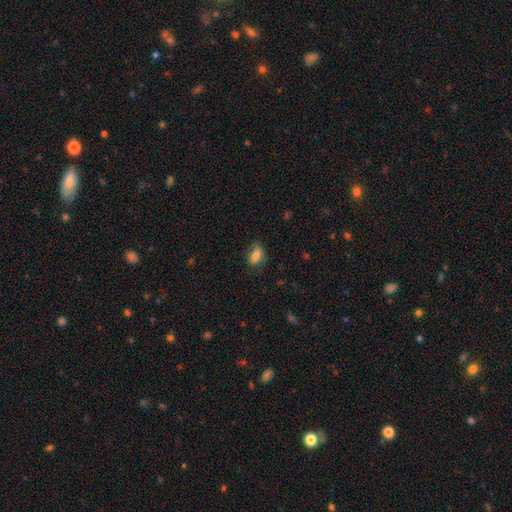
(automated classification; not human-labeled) A smooth galaxy with no disk features (73%) that is in between round and cigar-shaped (85%).

Vote fractions:
- Smooth or featured? smooth: 73% / featured or disk: 19% / star or artifact: 8%
- How rounded? in between: 85% / round: 11% / cigar-shaped: 4%
- Merging? none: 67% / minor disturbance: 23% / major disturbance: 8% / merger: 1%